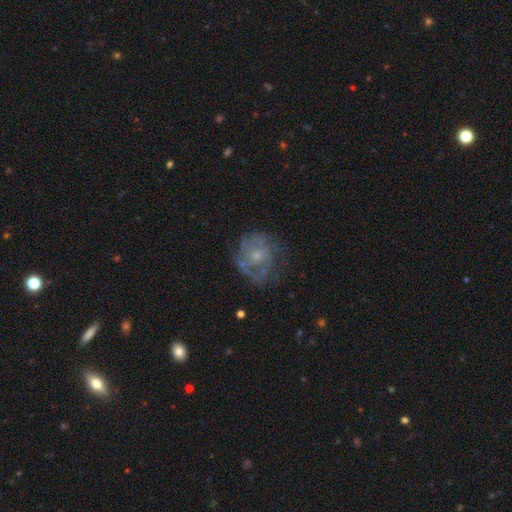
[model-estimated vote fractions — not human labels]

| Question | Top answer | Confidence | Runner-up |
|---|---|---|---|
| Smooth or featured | featured or disk | 64% | smooth (26%) |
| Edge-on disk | no | 98% | yes (2%) |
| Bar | no | 81% | weak (17%) |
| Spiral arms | yes | 66% | no (34%) |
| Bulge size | small | 55% | moderate (35%) |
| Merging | none | 61% | minor disturbance (21%) |